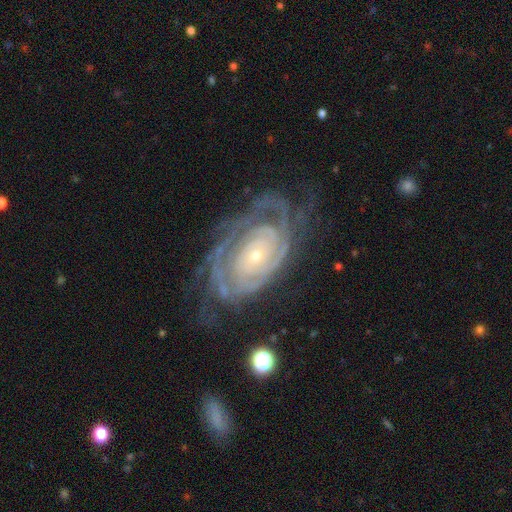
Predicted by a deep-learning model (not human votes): A featured or disk galaxy (89%) with no bar (77%), tight (79%) spiral arms (95%) and a small central bulge (81%).

Vote fractions:
- Smooth or featured? featured or disk: 89% / smooth: 6% / star or artifact: 5%
- Edge-on disk? no: 96% / yes: 4%
- Bar? no: 77% / weak: 16% / strong: 7%
- Spiral arms? yes: 95% / no: 5%
- Spiral winding? tight: 79% / medium: 17% / loose: 4%
- Spiral arm count? can't tell: 33% / 2: 26% / 3: 16% / 4: 11% / more than 4: 8% / 1: 6%
- Bulge size? small: 81% / moderate: 15% / large: 2% / none: 1% / dominant: 1%
- Merging? none: 62% / minor disturbance: 21% / major disturbance: 16% / merger: 2%